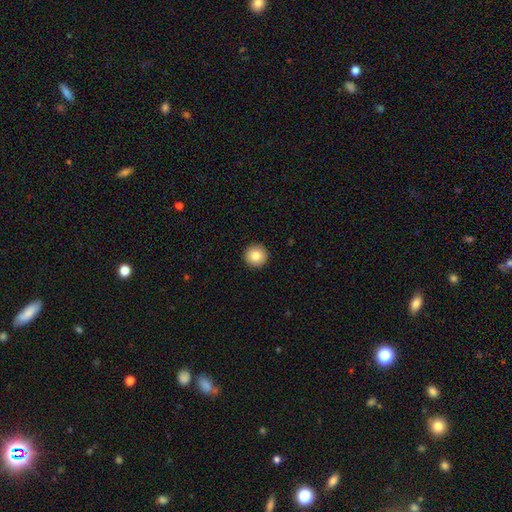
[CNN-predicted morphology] smooth-or-featured: smooth: 83% | star or artifact: 9% | featured or disk: 8%
  how-rounded: round: 96% | in between: 3% | cigar-shaped: 1%
  merging: none: 94% | minor disturbance: 4% | major disturbance: 1% | merger: 1%